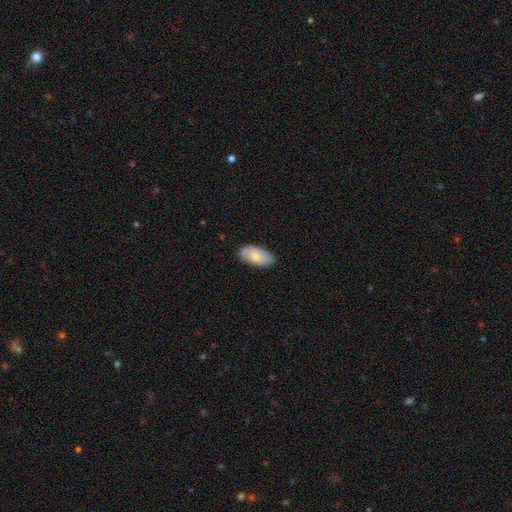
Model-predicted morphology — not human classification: This appears to be a smooth galaxy with no disk features (75%) that is in between round and cigar-shaped (94%). Merging: none (81%).